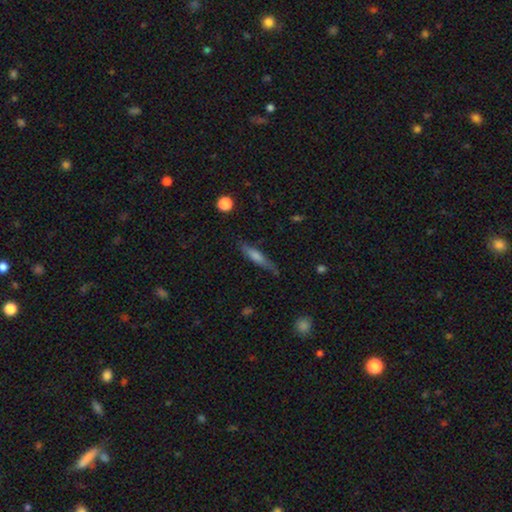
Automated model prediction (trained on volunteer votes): A smooth galaxy with no disk features (47%). Merging: none (77%).